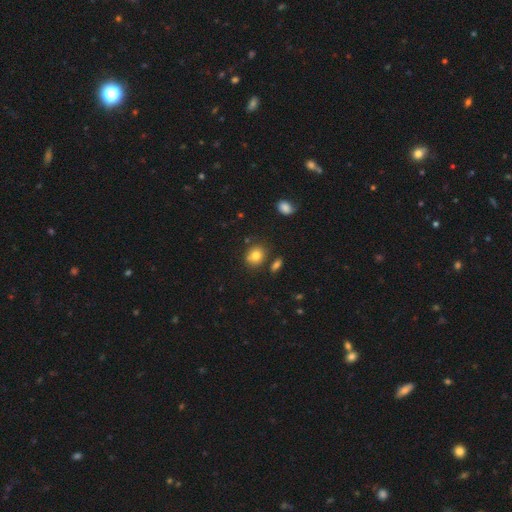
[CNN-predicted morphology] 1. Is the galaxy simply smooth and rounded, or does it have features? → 80% smooth, 11% star or artifact, 9% featured or disk.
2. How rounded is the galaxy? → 65% round, 34% in between, 1% cigar-shaped.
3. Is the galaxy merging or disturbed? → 76% none, 13% minor disturbance, 8% merger, 3% major disturbance.